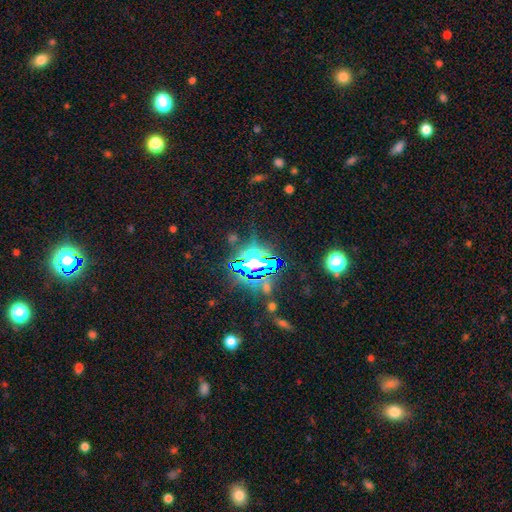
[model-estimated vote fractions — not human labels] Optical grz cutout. It shows a star or artifact, not a galaxy (81%).